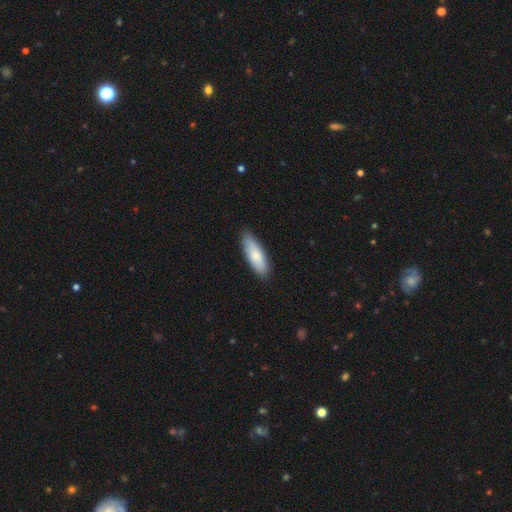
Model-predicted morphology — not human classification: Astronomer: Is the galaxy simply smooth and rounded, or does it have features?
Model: smooth — 81%.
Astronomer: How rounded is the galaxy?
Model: in between — 56% (runner-up: cigar-shaped, 43%).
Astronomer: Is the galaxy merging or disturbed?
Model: none — 86%.